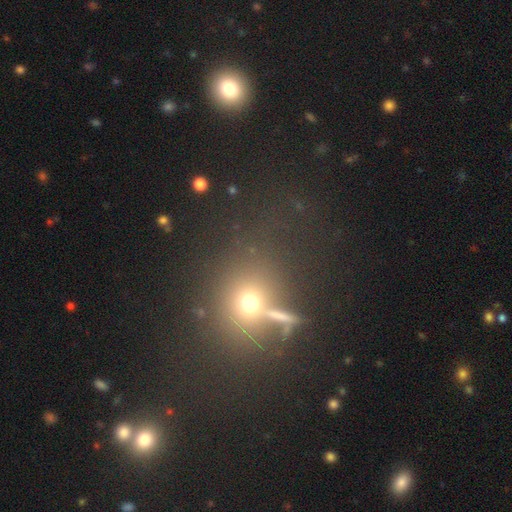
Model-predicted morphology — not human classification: Smooth or featured? smooth (47%)
Merging? none (59%)